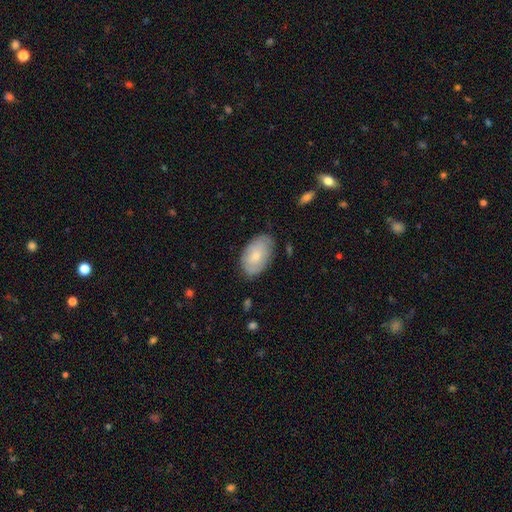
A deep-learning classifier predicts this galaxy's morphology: A smooth galaxy with no disk features (71%) that is in between round and cigar-shaped (92%).

Vote fractions:
- Smooth or featured? smooth: 71% / featured or disk: 23% / star or artifact: 6%
- How rounded? in between: 92% / round: 7% / cigar-shaped: 1%
- Merging? none: 76% / minor disturbance: 19% / major disturbance: 4% / merger: 1%